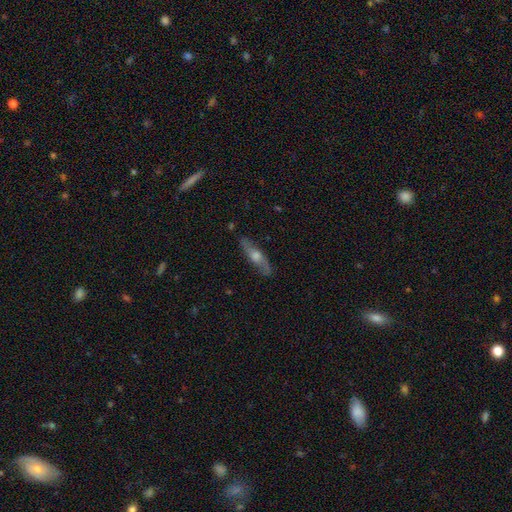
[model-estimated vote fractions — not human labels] Overall: featured or disk (65%; smooth 28%). Edge-on disk: yes (58%; no 42%). Merging: none (83%).